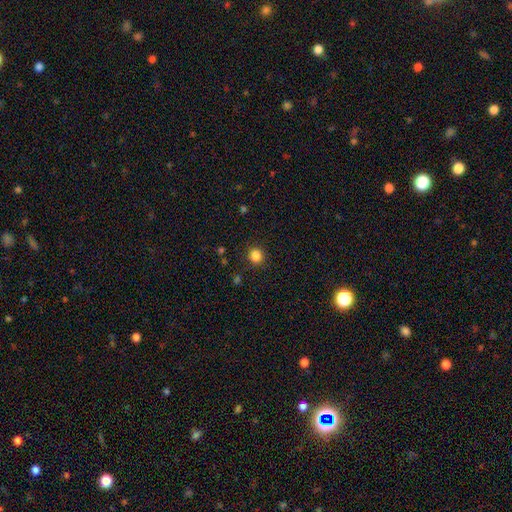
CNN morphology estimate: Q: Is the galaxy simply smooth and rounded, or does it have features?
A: smooth — 85%.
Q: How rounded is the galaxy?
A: round — 88%.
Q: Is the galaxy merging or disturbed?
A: none — 89%.